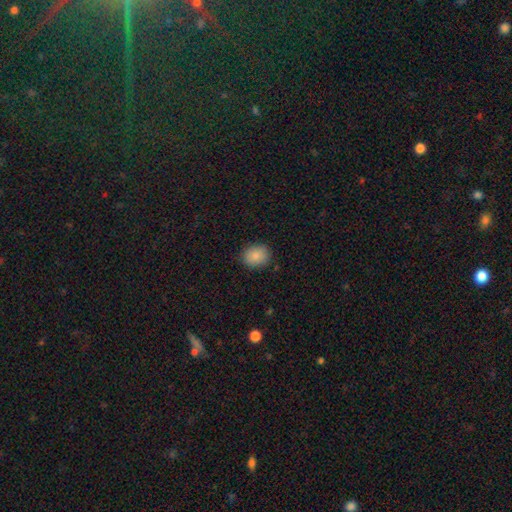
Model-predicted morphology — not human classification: smooth 87%, star or artifact 8%, featured or disk 5%. Down the decision tree: how rounded — round (62%); merging — none (87%).